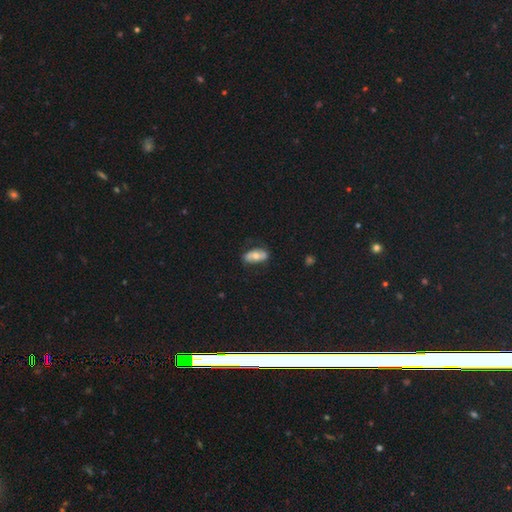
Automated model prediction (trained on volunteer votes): A smooth galaxy with no disk features (56%) that is in between round and cigar-shaped (88%). Merging: none (76%).